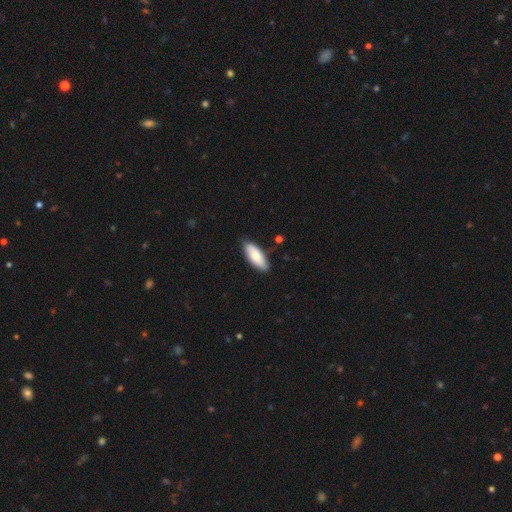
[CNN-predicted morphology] Smooth or featured? smooth (75%)
How rounded? in between (80%)
Merging? none (83%)